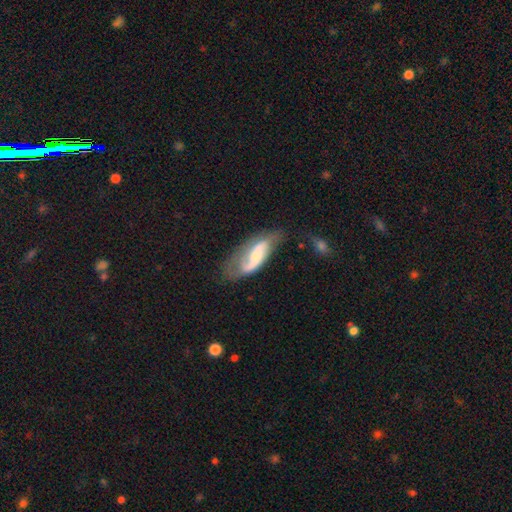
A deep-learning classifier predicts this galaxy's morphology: Smooth or featured?
  - featured or disk: 73% *
  - smooth: 21%
  - star or artifact: 6%
Edge-on disk?
  - no: 92% *
  - yes: 8%
Bar?
  - no: 39% *
  - weak: 37%
  - strong: 24%
Spiral arms?
  - yes: 89% *
  - no: 11%
Spiral winding?
  - loose: 60% *
  - medium: 29%
  - tight: 10%
Spiral arm count?
  - 2: 80% *
  - 1: 10%
  - can't tell: 7%
  - 3: 1%
  - 4: 1%
  - more than 4: 1%
Bulge size?
  - small: 47% *
  - moderate: 41%
  - none: 5%
  - large: 5%
  - dominant: 1%
Merging?
  - none: 52% *
  - minor disturbance: 27%
  - major disturbance: 17%
  - merger: 4%